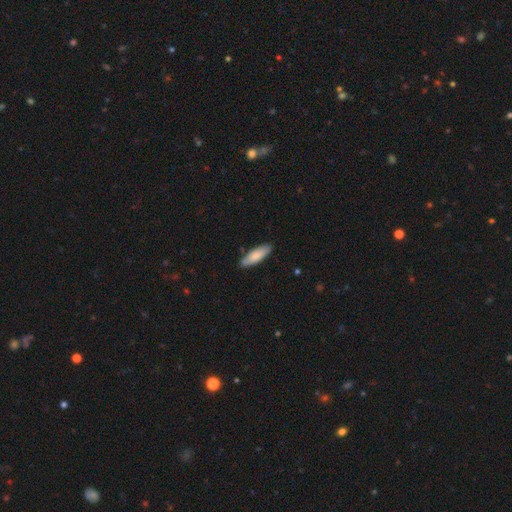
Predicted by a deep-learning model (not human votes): Overall: smooth (80%). How rounded: in between (53%; cigar-shaped 46%). Merging: none (81%).